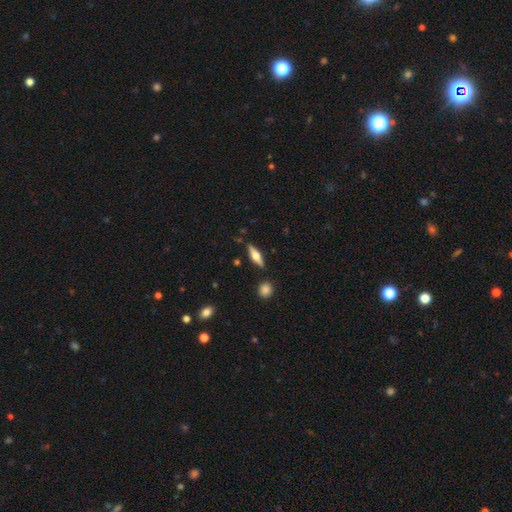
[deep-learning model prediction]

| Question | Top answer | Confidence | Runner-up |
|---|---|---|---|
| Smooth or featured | featured or disk | 57% | smooth (36%) |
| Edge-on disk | yes | 95% | no (5%) |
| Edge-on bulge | rounded | 92% | boxy (6%) |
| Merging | none | 86% | minor disturbance (9%) |